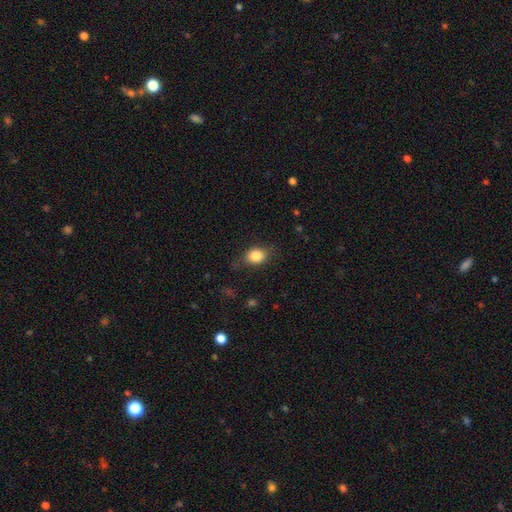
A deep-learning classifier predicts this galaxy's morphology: This is clearly a smooth galaxy (83%). How rounded: possibly in between (58%). Merging: likely none (76%).